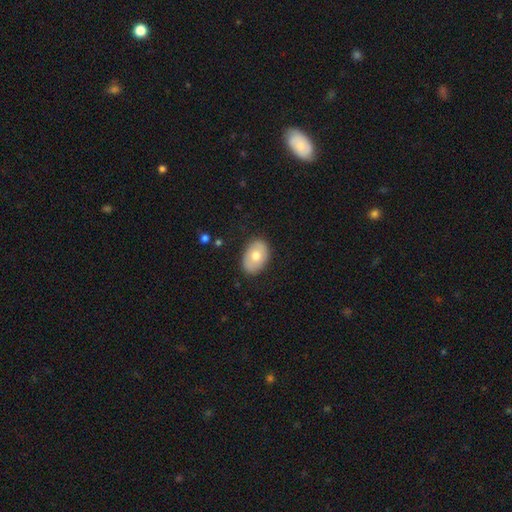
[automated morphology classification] type=smooth (68%); roundness=in between (83%); merging=none (85%).